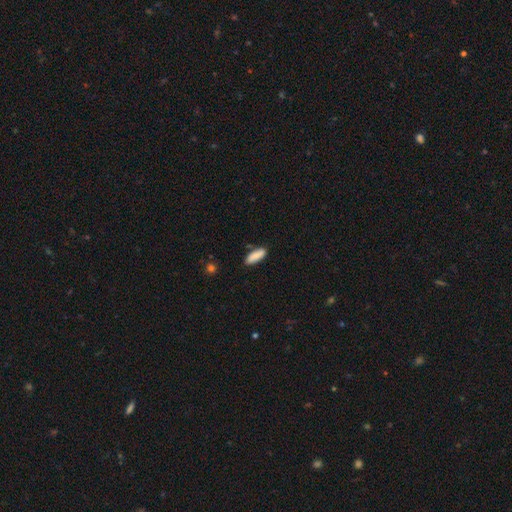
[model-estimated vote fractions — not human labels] A smooth galaxy with no disk features (87%) that is in between round and cigar-shaped (57%).

Vote fractions:
- Smooth or featured? smooth: 87% / featured or disk: 6% / star or artifact: 6%
- How rounded? in between: 57% / cigar-shaped: 41% / round: 2%
- Merging? none: 80% / minor disturbance: 14% / merger: 3% / major disturbance: 2%